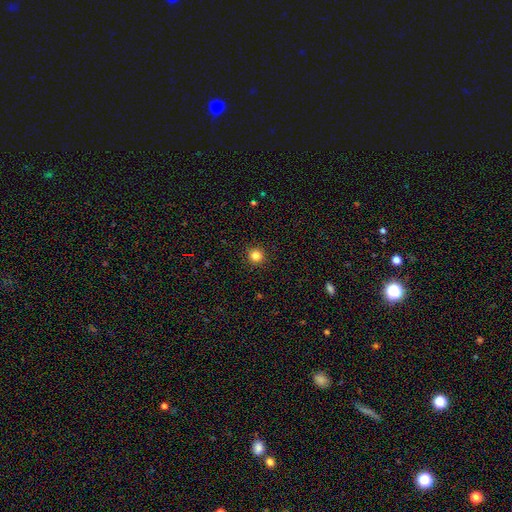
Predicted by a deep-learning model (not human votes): Morphology: type=smooth (83%); roundness=round (95%); merging=none (93%).